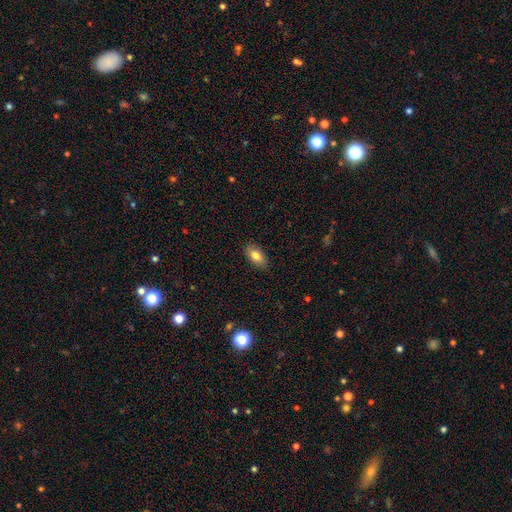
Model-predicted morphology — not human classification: smooth_or_featured: smooth (p=0.80) [alt: featured or disk p=0.12]
how_rounded: in between (p=0.91) [alt: round p=0.05]
merging: none (p=0.87) [alt: minor disturbance p=0.10]